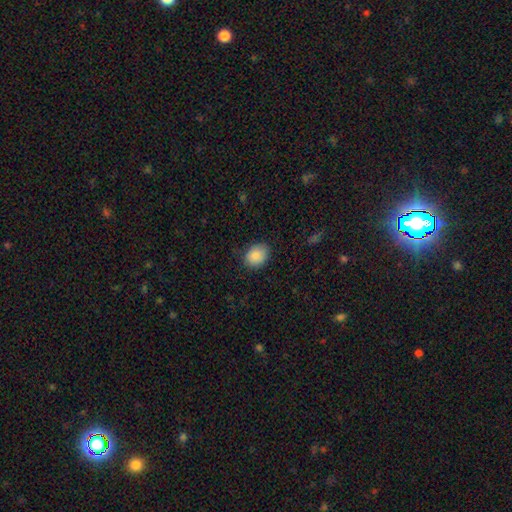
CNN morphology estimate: This is clearly a smooth galaxy (88%). How rounded: possibly round (51%). Merging: clearly none (81%).